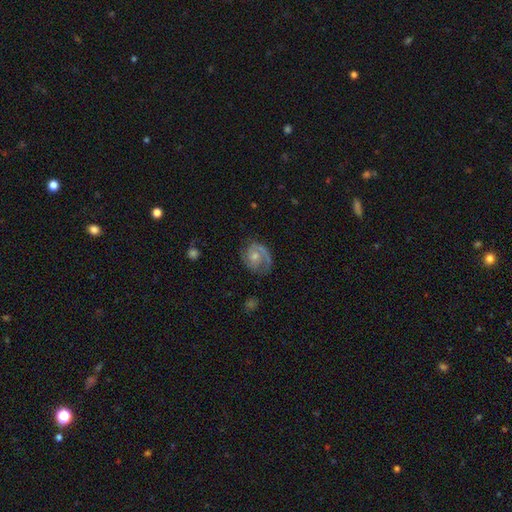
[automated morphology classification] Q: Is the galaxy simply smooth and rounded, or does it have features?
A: featured or disk — 70%.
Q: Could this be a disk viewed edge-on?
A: no — 97%.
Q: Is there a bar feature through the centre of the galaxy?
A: no — 69%.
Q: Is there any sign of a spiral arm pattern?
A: yes — 89%.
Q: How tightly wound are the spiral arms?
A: medium — 43%.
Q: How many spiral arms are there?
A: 2 — 60%.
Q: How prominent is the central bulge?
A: moderate — 51%.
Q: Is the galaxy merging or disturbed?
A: none — 65%.